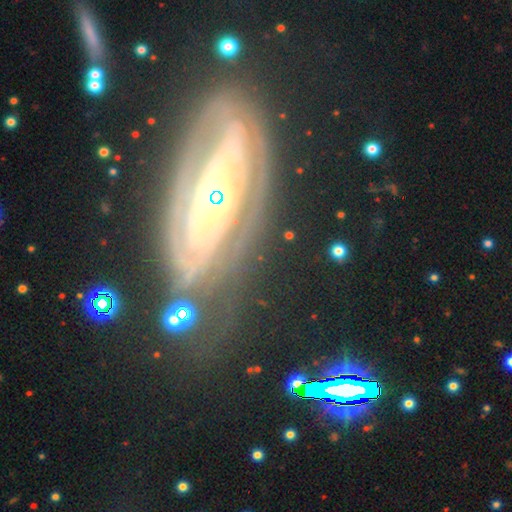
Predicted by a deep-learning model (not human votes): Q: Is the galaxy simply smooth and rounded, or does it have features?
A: featured or disk — 82%.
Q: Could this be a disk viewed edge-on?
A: no — 87%.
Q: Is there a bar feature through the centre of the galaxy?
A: no — 62%.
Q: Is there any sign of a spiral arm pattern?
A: yes — 90%.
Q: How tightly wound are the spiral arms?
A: tight — 73%.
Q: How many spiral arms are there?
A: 2 — 44%.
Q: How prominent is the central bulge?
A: small — 50%.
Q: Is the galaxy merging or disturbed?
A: none — 70%.